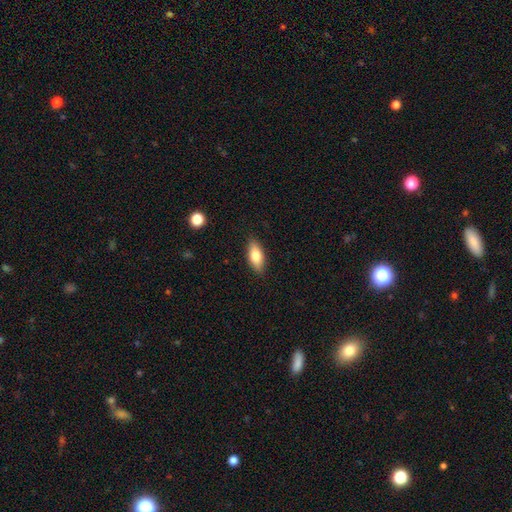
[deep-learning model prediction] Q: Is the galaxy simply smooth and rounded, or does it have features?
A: smooth — 77%.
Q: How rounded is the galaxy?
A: in between — 83%.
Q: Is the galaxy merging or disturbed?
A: none — 87%.